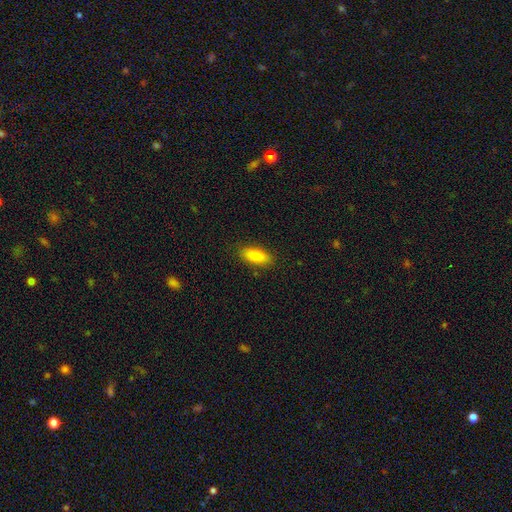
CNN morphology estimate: Smooth or featured? smooth (84%)
How rounded? in between (84%)
Merging? none (87%)